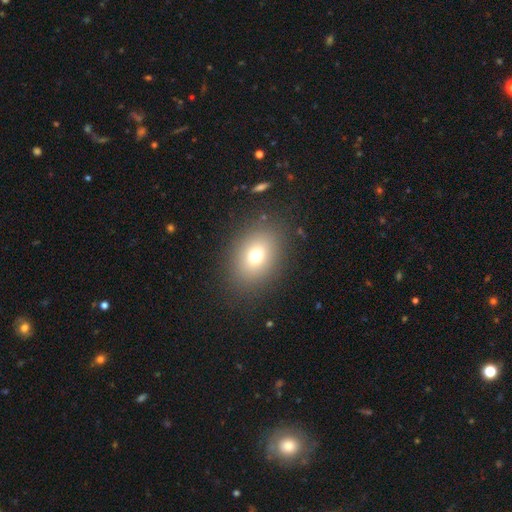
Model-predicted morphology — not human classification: Q: Smooth or featured?
A: smooth (72%); runner-up: star or artifact (14%)
Q: How rounded?
A: in between (67%); runner-up: round (31%)
Q: Merging?
A: none (84%); runner-up: minor disturbance (9%)